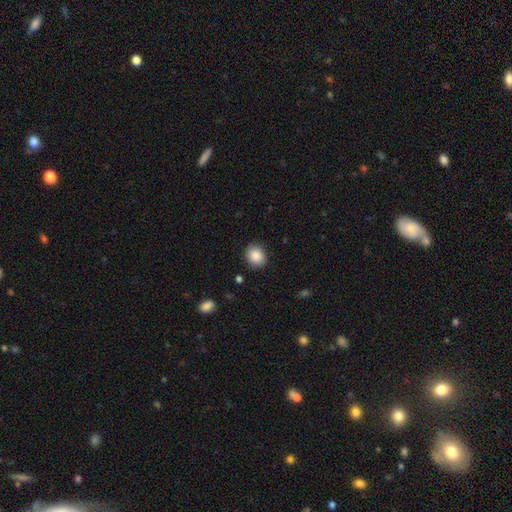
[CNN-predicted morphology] Smooth or featured? smooth (88%)
How rounded? round (74%)
Merging? none (87%)